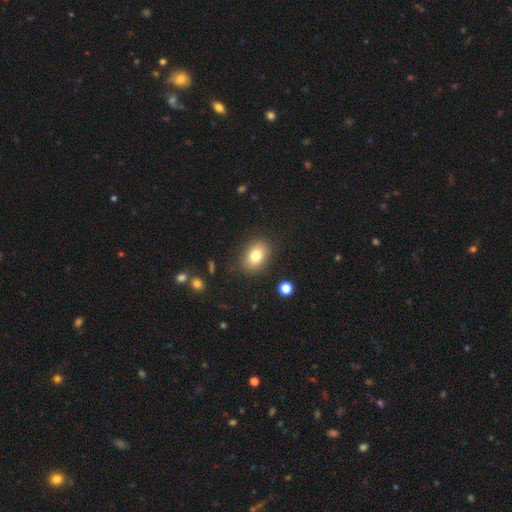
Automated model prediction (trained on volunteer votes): Smooth or featured? smooth (80%)
How rounded? in between (73%)
Merging? none (85%)